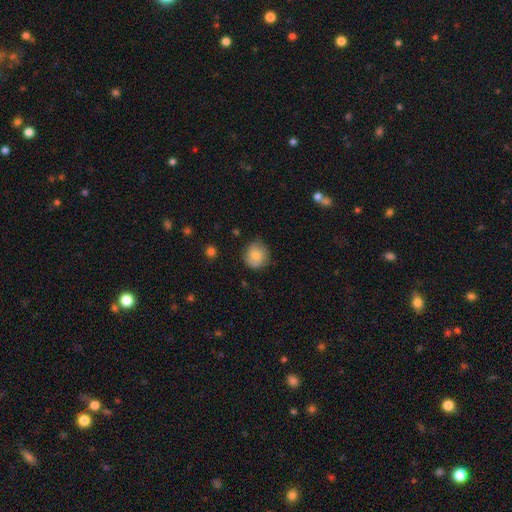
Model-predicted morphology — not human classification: Q: Smooth or featured?
A: smooth (75%); runner-up: featured or disk (17%)
Q: How rounded?
A: round (85%); runner-up: in between (14%)
Q: Merging?
A: none (76%); runner-up: minor disturbance (19%)